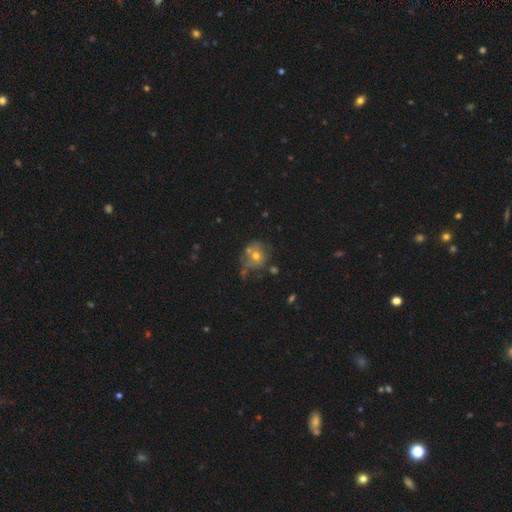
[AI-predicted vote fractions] The model was most divided on "smooth or featured": smooth: 55%, featured or disk: 32%, star or artifact: 13%. Remaining: how rounded — round (78%); merging — none (47%).